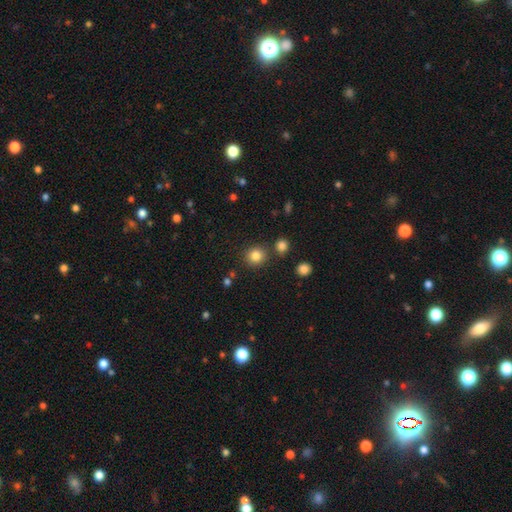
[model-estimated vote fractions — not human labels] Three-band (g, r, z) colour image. It shows a smooth galaxy with no disk features (83%) that is round (90%). Merging: none (83%).